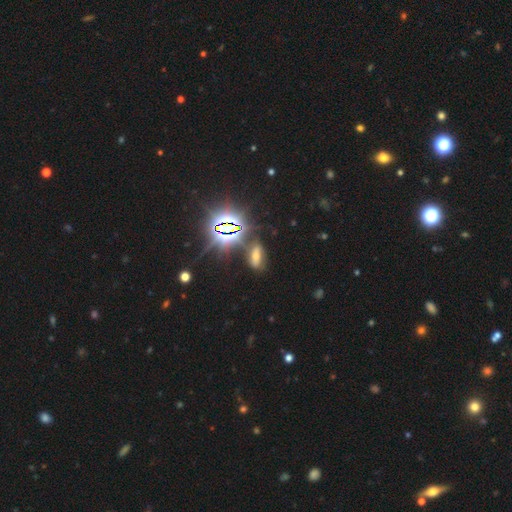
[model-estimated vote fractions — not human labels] The model was most divided on "smooth or featured": star or artifact: 51%, smooth: 34%, featured or disk: 15%.